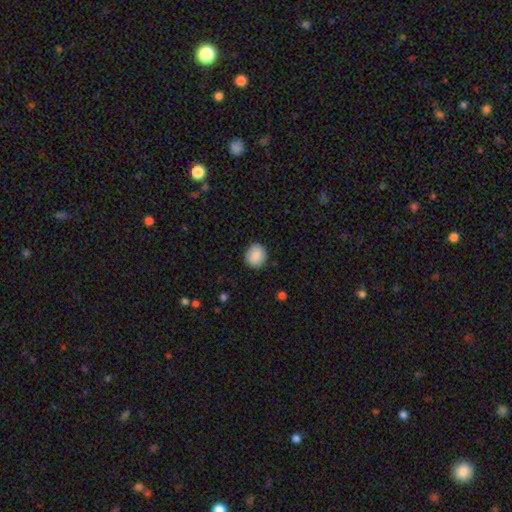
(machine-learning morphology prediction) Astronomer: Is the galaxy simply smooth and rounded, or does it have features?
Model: smooth — 89%.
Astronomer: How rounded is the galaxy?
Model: round — 79%.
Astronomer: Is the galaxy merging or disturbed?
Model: none — 88%.